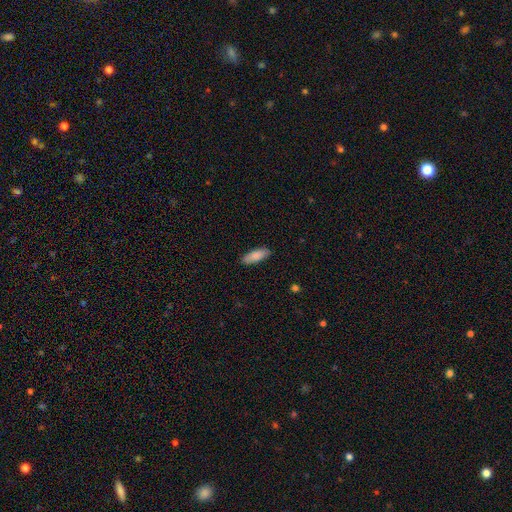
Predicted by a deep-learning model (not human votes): This is clearly a smooth galaxy (85%). How rounded: likely in between (64%). Merging: clearly none (87%).